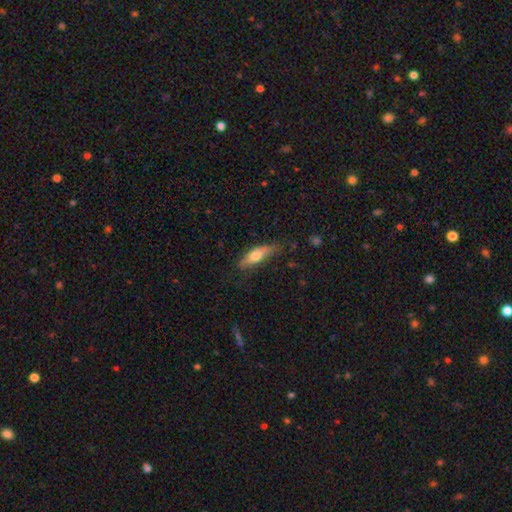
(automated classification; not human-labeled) This appears to be a smooth galaxy with no disk features (63%) that is cigar-shaped (51%). Merging: none (68%).